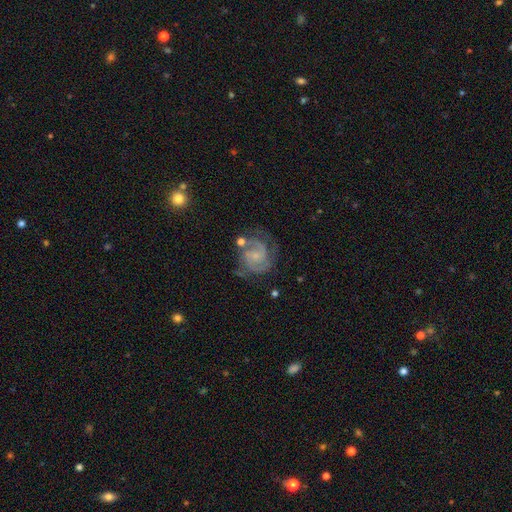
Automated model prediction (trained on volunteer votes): A featured or disk galaxy (86%) with no bar (57%), 2 (72%) medium (46%) spiral arms (97%) and a small central bulge (71%). Merging: none (63%).